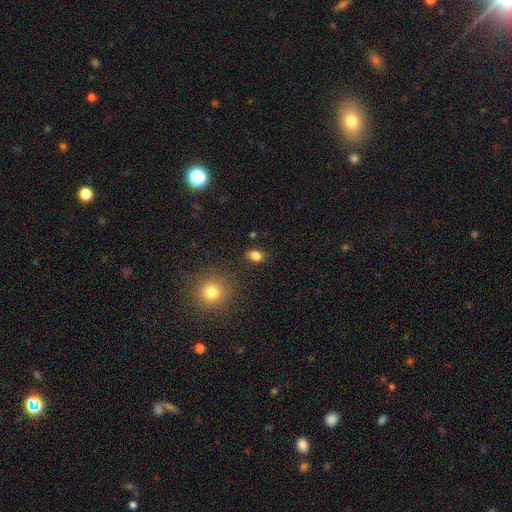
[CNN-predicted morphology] Smooth or featured? Predicted: smooth (p=0.83). How rounded? Predicted: in between (p=0.72). Merging? Predicted: none (p=0.84).